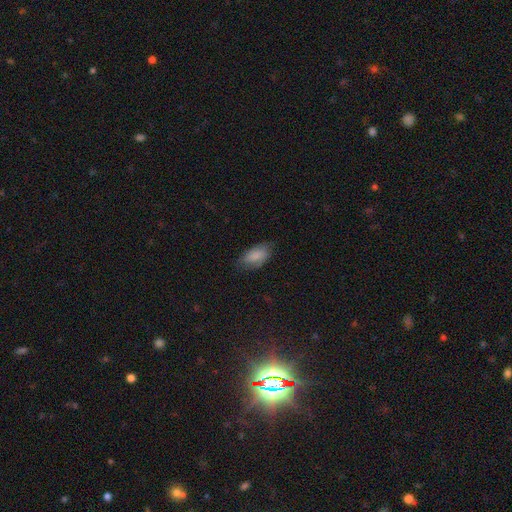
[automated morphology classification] smooth 79%, featured or disk 14%, star or artifact 7%. Down the decision tree: how rounded — in between (92%); merging — none (72%).